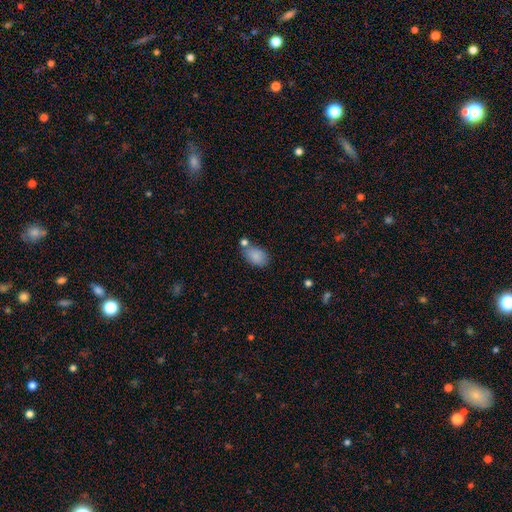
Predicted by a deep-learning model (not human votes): Smooth or featured? Predicted: smooth (p=0.85). How rounded? Predicted: in between (p=0.87). Merging? Predicted: none (p=0.59).